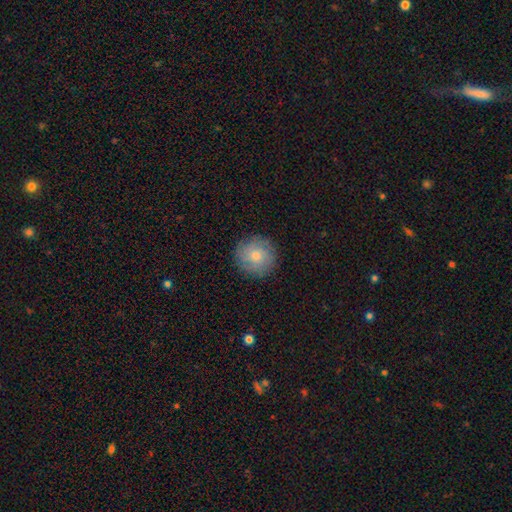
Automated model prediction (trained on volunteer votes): A smooth galaxy with no disk features (68%) that is round (93%).

Vote fractions:
- Smooth or featured? smooth: 68% / featured or disk: 23% / star or artifact: 9%
- How rounded? round: 93% / in between: 6% / cigar-shaped: 1%
- Merging? none: 87% / minor disturbance: 9% / major disturbance: 3% / merger: 1%